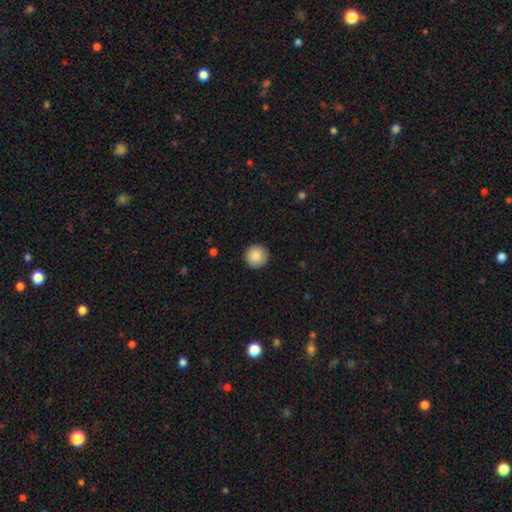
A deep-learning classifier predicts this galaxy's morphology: type=smooth (88%); roundness=round (96%); merging=none (93%).